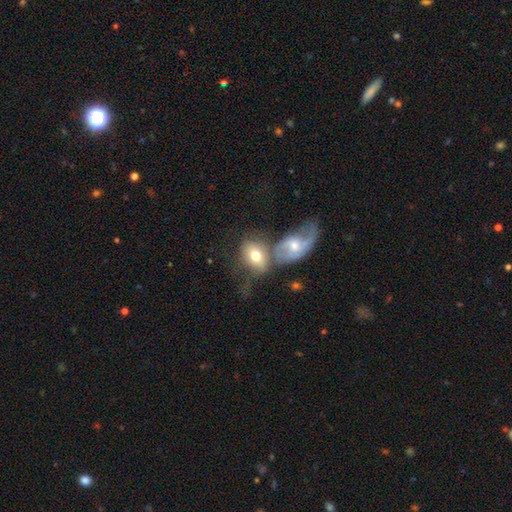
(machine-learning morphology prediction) Smooth or featured? smooth (59%)
How rounded? in between (76%)
Merging? merger (53%)